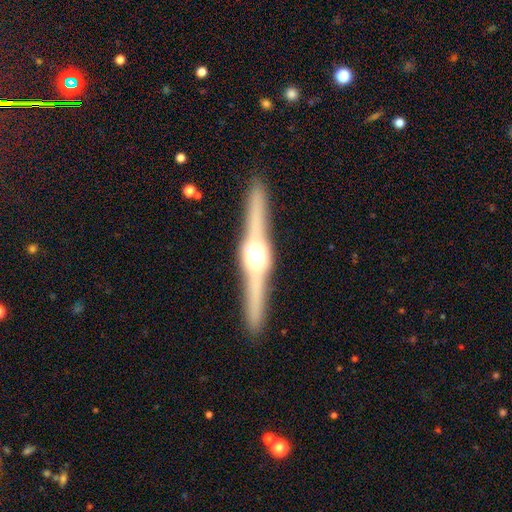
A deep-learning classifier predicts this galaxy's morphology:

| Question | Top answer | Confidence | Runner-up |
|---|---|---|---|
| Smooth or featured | featured or disk | 83% | smooth (12%) |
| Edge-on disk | yes | 98% | no (2%) |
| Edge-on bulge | rounded | 90% | boxy (9%) |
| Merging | none | 90% | minor disturbance (7%) |